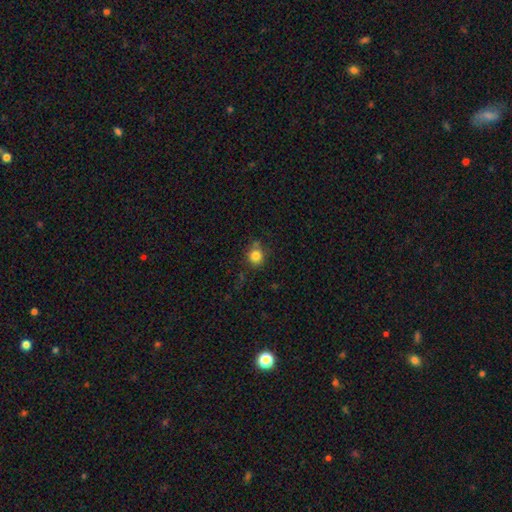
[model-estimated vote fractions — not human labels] Smooth or featured?
  - smooth: 82% *
  - star or artifact: 11%
  - featured or disk: 6%
How rounded?
  - round: 87% *
  - in between: 12%
  - cigar-shaped: 1%
Merging?
  - none: 76% *
  - minor disturbance: 14%
  - merger: 6%
  - major disturbance: 4%